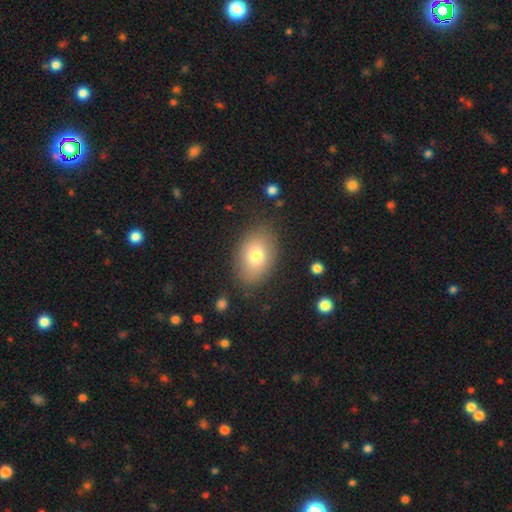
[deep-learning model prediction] Smooth or featured: smooth — 75% (featured or disk — 16%)
How rounded: in between — 83% (round — 16%)
Merging: none — 82% (minor disturbance — 12%)